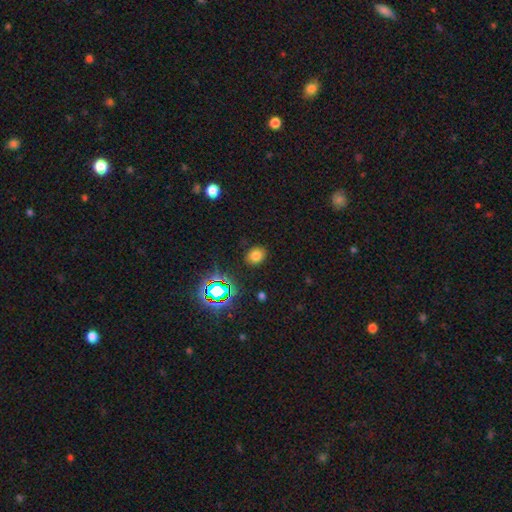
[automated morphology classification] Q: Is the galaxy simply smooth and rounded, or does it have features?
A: smooth — 71%.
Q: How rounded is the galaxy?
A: round — 65%.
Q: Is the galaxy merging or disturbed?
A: none — 85%.